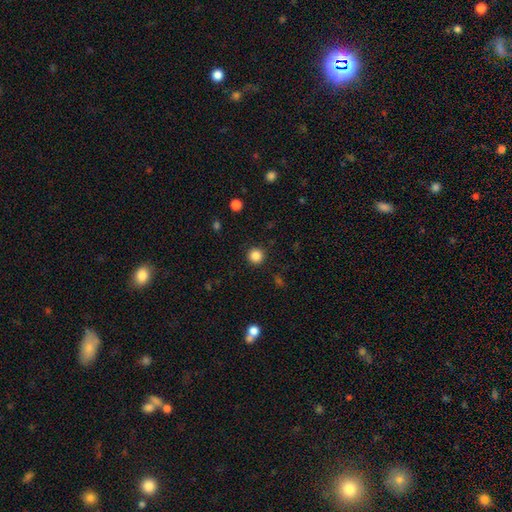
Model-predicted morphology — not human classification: Smooth or featured? Predicted: smooth (p=0.86). How rounded? Predicted: round (p=0.96). Merging? Predicted: none (p=0.92).